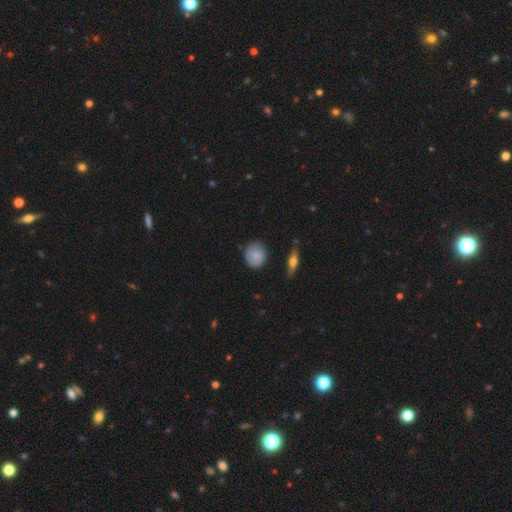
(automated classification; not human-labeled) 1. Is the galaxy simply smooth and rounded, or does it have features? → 83% smooth, 10% featured or disk, 7% star or artifact.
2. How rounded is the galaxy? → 84% round, 14% in between, 2% cigar-shaped.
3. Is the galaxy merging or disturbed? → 78% none, 17% minor disturbance, 3% major disturbance, 2% merger.